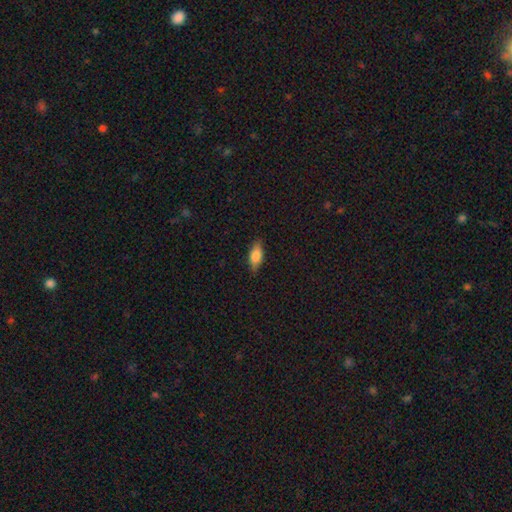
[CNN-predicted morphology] smooth-or-featured: smooth: 78% | featured or disk: 15% | star or artifact: 7%
  how-rounded: in between: 77% | cigar-shaped: 20% | round: 3%
  merging: none: 84% | minor disturbance: 12% | major disturbance: 2% | merger: 1%